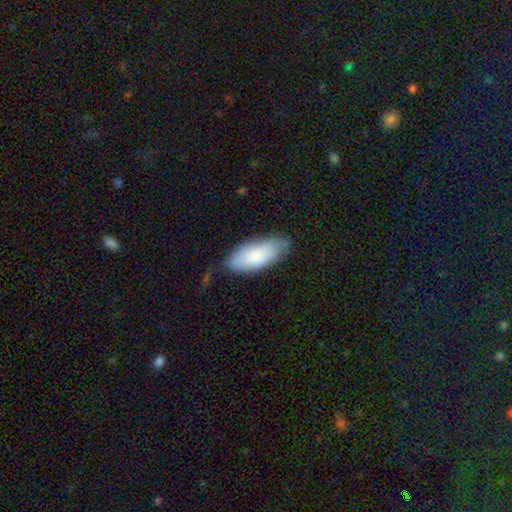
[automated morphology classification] Smooth or featured?
  - smooth: 82% *
  - featured or disk: 13%
  - star or artifact: 6%
How rounded?
  - in between: 85% *
  - cigar-shaped: 13%
  - round: 2%
Merging?
  - none: 64% *
  - minor disturbance: 27%
  - major disturbance: 6%
  - merger: 2%